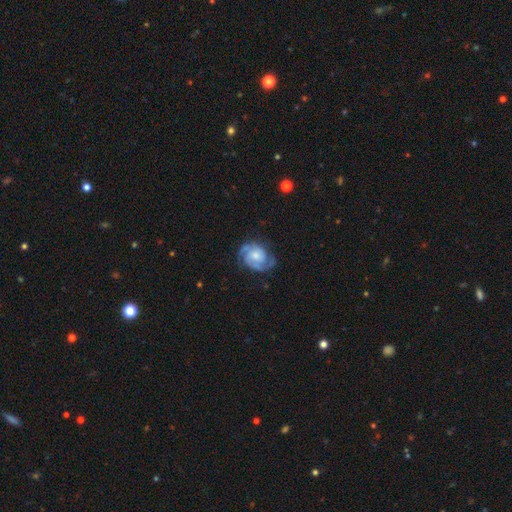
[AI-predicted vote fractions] The model was most divided on "bulge size": moderate: 46%, small: 39%, large: 7%, none: 6%, dominant: 1%. More confident: edge-on disk — no (98%); spiral arms — yes (96%); smooth or featured — featured or disk (84%); merging — none (70%); bar — no (66%); spiral arm count — 2 (59%); spiral winding — tight (51%).